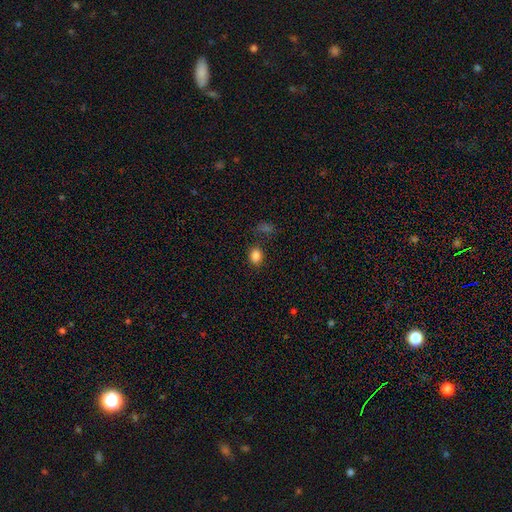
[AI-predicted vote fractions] This is clearly a smooth galaxy (85%). How rounded: possibly in between (58%). Merging: clearly none (80%).